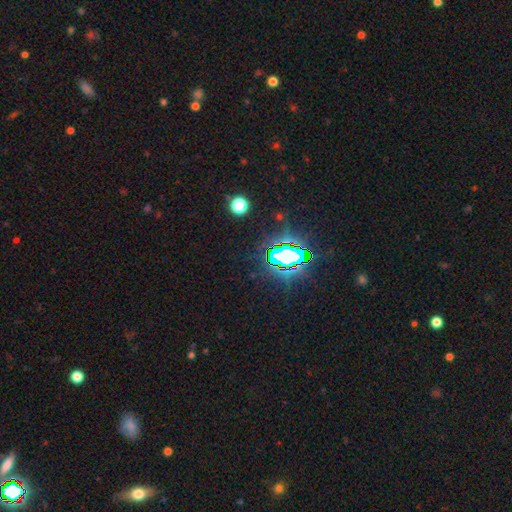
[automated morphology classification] star or artifact 81%, smooth 12%, featured or disk 7%.